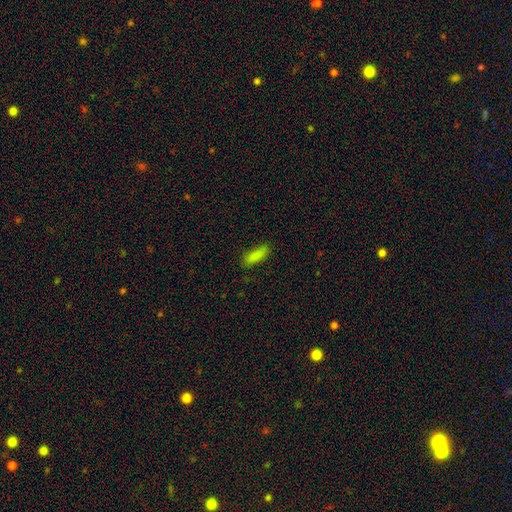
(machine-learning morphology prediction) type=smooth (85%); roundness=in between (58%); merging=none (80%).